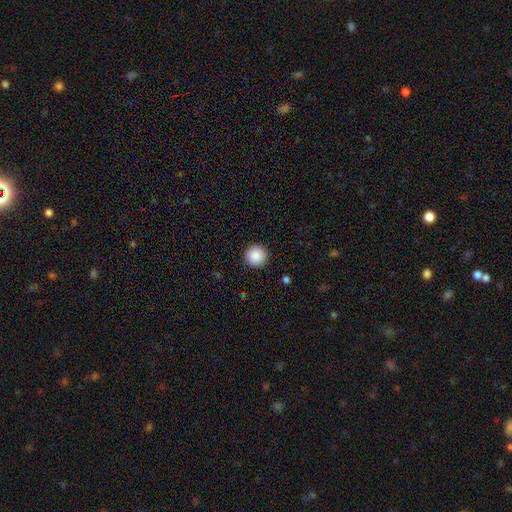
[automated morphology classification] Smooth or featured?
  - smooth: 89% *
  - star or artifact: 8%
  - featured or disk: 3%
How rounded?
  - round: 96% *
  - in between: 3%
  - cigar-shaped: 1%
Merging?
  - none: 92% *
  - minor disturbance: 5%
  - major disturbance: 2%
  - merger: 1%